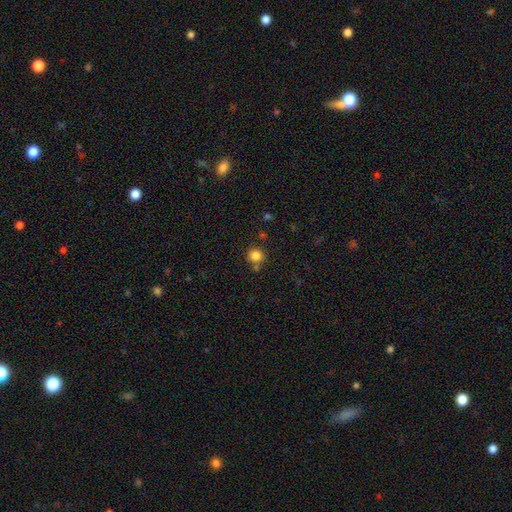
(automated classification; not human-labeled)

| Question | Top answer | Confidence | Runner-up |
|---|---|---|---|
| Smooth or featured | smooth | 83% | star or artifact (12%) |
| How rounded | round | 92% | in between (7%) |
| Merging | none | 77% | minor disturbance (10%) |